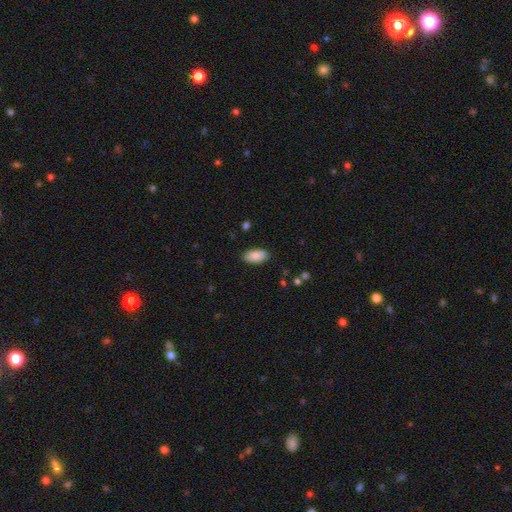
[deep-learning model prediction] A smooth galaxy with no disk features (88%) that is in between round and cigar-shaped (93%).

Vote fractions:
- Smooth or featured? smooth: 88% / star or artifact: 6% / featured or disk: 6%
- How rounded? in between: 93% / cigar-shaped: 4% / round: 2%
- Merging? none: 87% / minor disturbance: 10% / major disturbance: 2% / merger: 1%